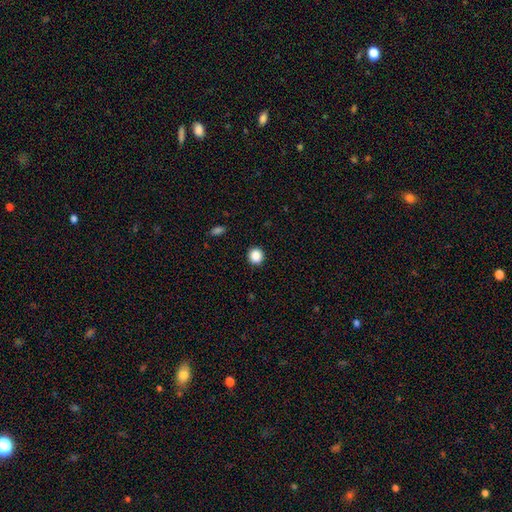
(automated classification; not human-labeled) Smooth or featured? smooth (87%)
How rounded? round (90%)
Merging? none (92%)